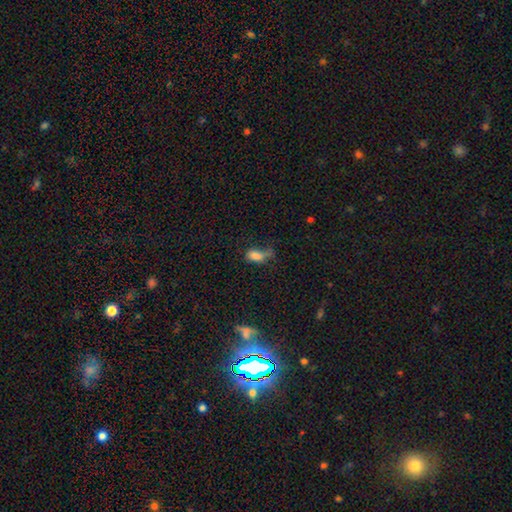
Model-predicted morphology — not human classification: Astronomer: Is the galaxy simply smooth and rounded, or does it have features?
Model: smooth — 75%.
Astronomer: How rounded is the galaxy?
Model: in between — 83%.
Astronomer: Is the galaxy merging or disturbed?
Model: major disturbance — 35% (runner-up: minor disturbance, 28%).